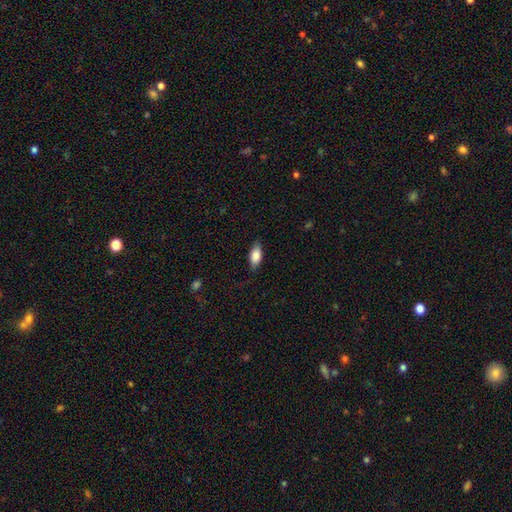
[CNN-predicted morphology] smooth-or-featured: smooth: 84% | featured or disk: 9% | star or artifact: 6%
  how-rounded: in between: 88% | cigar-shaped: 9% | round: 3%
  merging: none: 79% | minor disturbance: 16% | major disturbance: 4% | merger: 1%